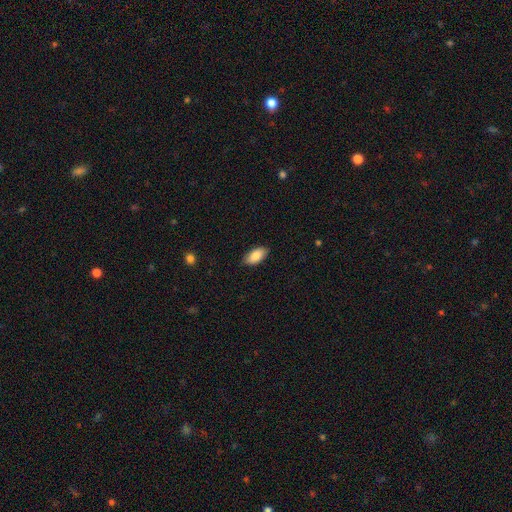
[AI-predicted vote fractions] smooth_or_featured: smooth (p=0.85) [alt: featured or disk p=0.09]
how_rounded: in between (p=0.92) [alt: cigar-shaped p=0.05]
merging: none (p=0.86) [alt: minor disturbance p=0.11]